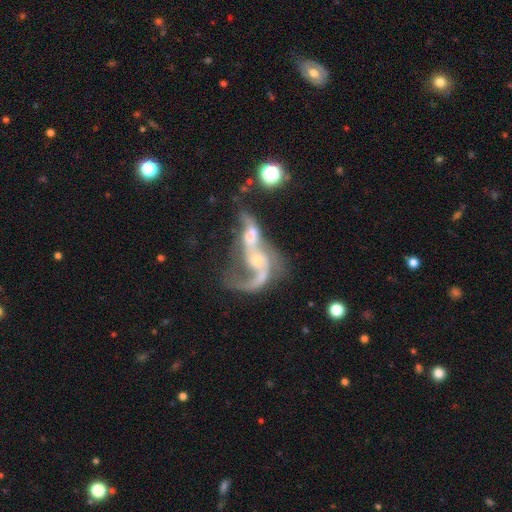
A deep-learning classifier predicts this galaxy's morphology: featured or disk 77%, smooth 14%, star or artifact 9%. Down the decision tree: edge-on disk — no (94%); bar — no (58%); spiral arms — yes (79%); spiral arm count — 2 (52%); spiral winding — loose (73%); bulge size — small (42%); merging — merger (69%).